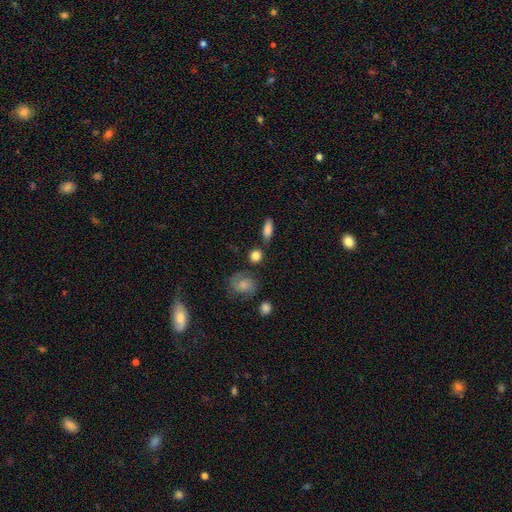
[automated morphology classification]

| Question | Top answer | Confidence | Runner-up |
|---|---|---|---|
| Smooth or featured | smooth | 80% | featured or disk (11%) |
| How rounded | round | 64% | in between (31%) |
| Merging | none | 71% | minor disturbance (14%) |